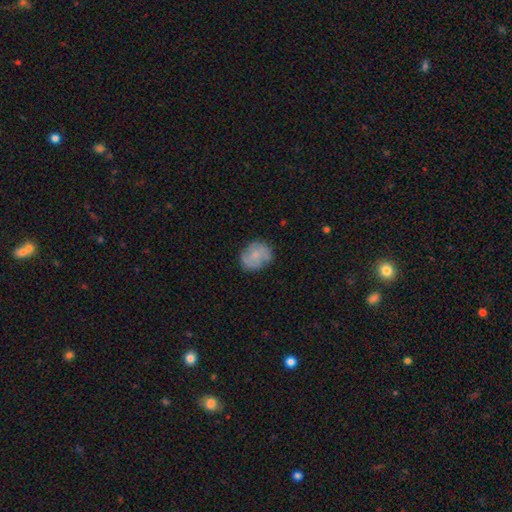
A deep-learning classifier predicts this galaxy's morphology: smooth_or_featured: smooth (p=0.59) [alt: featured or disk p=0.33]
how_rounded: round (p=0.63) [alt: in between p=0.36]
merging: none (p=0.73) [alt: minor disturbance p=0.20]